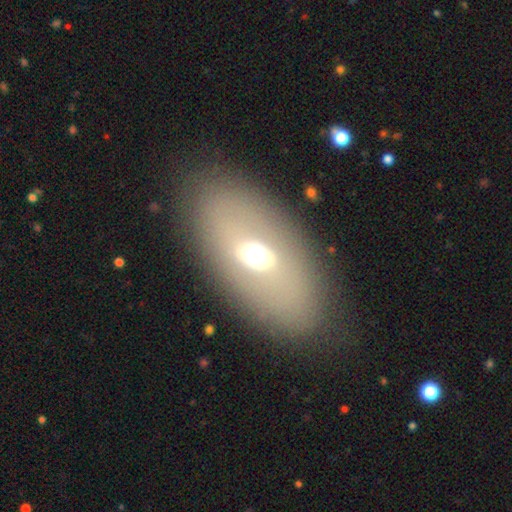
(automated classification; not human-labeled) Overall: smooth (52%; featured or disk 38%). How rounded: in between (88%). Merging: none (84%).